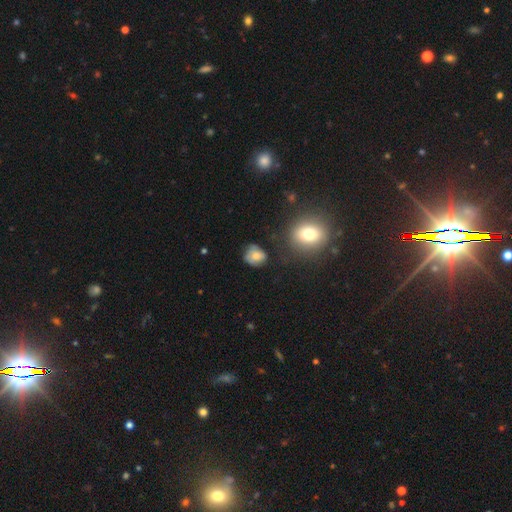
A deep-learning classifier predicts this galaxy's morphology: Smooth or featured? Predicted: smooth (p=0.68). How rounded? Predicted: round (p=0.67). Merging? Predicted: none (p=0.55).